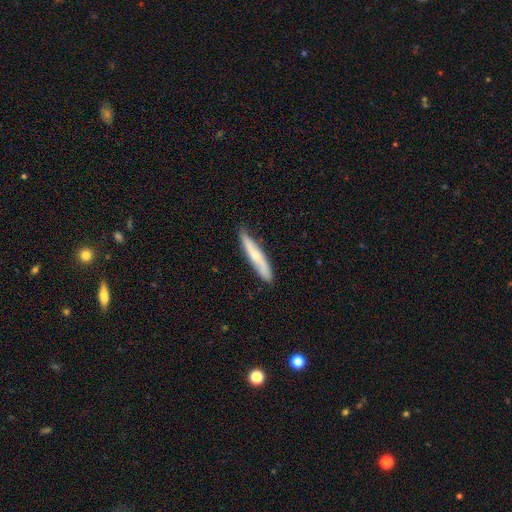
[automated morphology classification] This is possibly a smooth galaxy (50%). Merging: clearly none (85%).